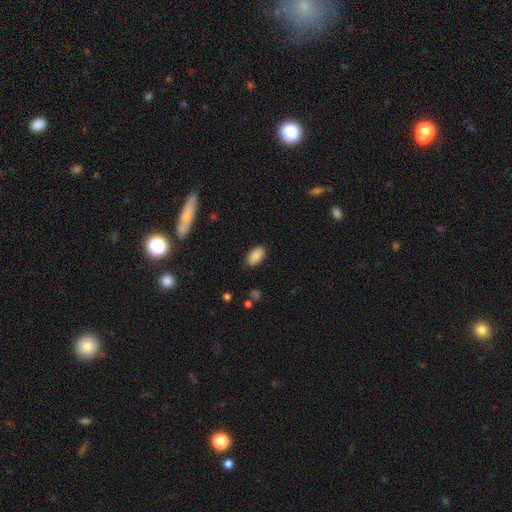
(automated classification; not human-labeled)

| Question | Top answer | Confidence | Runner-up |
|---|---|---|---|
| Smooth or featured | smooth | 88% | star or artifact (7%) |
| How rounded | in between | 94% | round (4%) |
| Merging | none | 87% | minor disturbance (10%) |